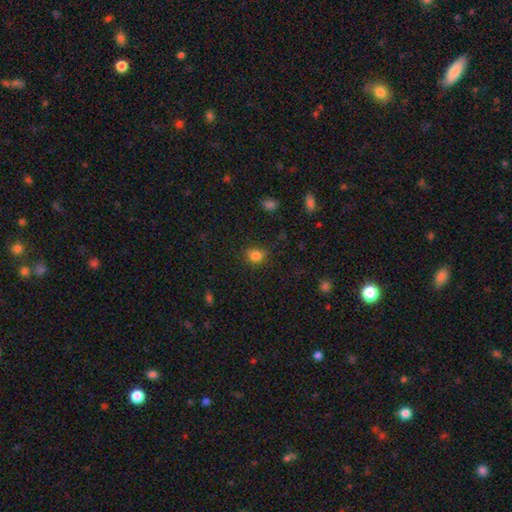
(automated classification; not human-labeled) smooth 82%, star or artifact 13%, featured or disk 5%. Down the decision tree: how rounded — round (73%); merging — none (78%).